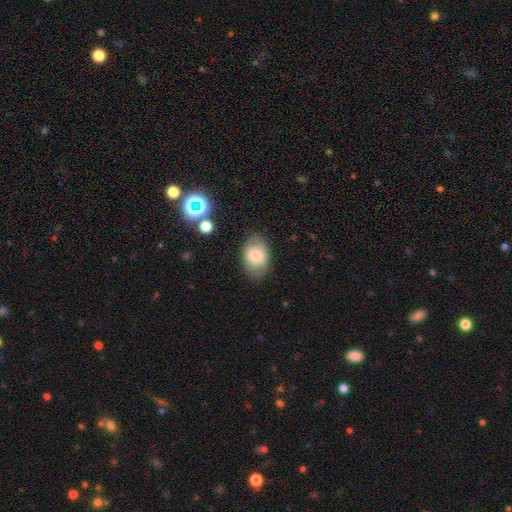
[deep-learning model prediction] The model was most divided on "merging": none: 78%, minor disturbance: 16%, major disturbance: 5%, merger: 2%. More confident: how rounded — in between (84%); smooth or featured — smooth (78%).